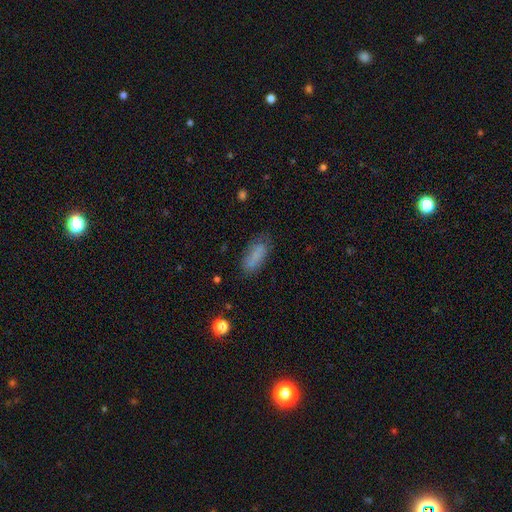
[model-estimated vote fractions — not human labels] Overall: smooth (72%). How rounded: in between (77%). Merging: none (64%).